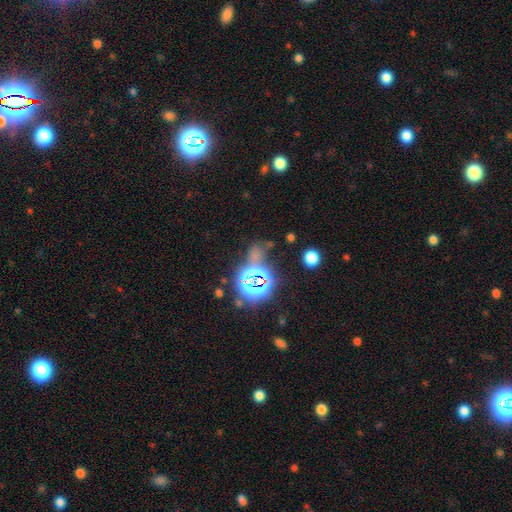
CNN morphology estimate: smooth_or_featured: star or artifact (p=0.59) [alt: smooth p=0.32]